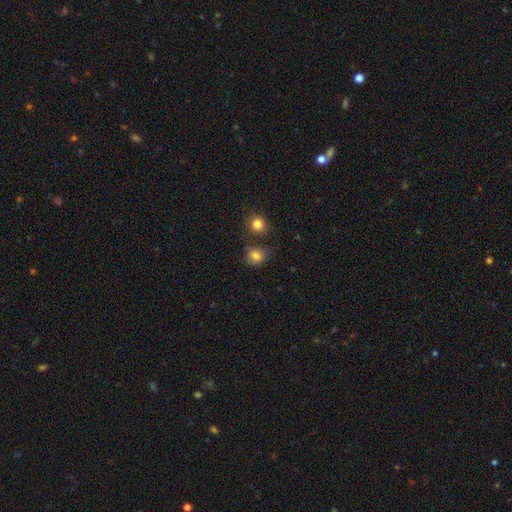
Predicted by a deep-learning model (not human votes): Smooth or featured? Predicted: smooth (p=0.80). How rounded? Predicted: round (p=0.63). Merging? Predicted: none (p=0.66).